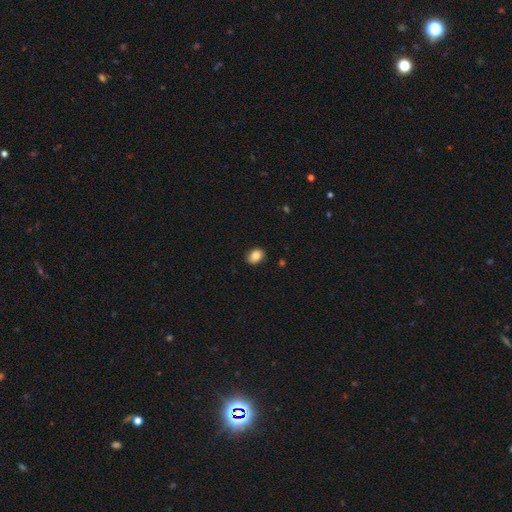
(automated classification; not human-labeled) Q: Smooth or featured?
A: smooth (86%); runner-up: star or artifact (9%)
Q: How rounded?
A: in between (66%); runner-up: round (34%)
Q: Merging?
A: none (88%); runner-up: minor disturbance (9%)